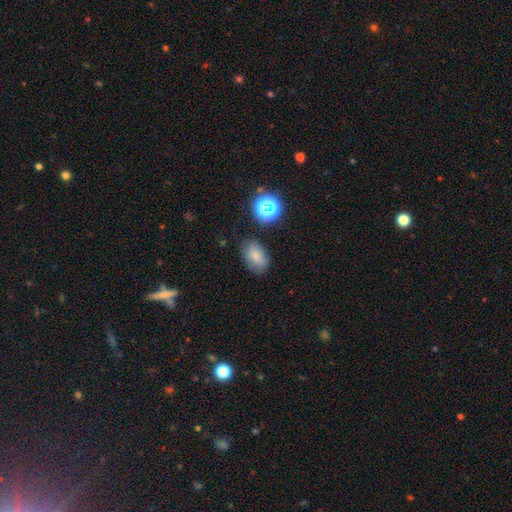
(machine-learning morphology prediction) Smooth or featured? Predicted: smooth (p=0.75). How rounded? Predicted: in between (p=0.85). Merging? Predicted: none (p=0.75).